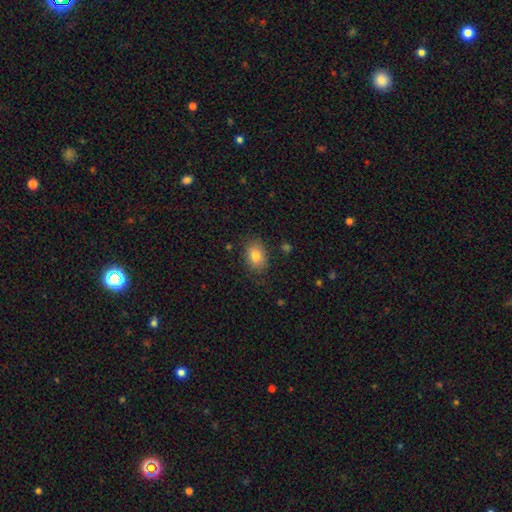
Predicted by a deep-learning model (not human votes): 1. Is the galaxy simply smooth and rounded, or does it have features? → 82% smooth, 9% featured or disk, 9% star or artifact.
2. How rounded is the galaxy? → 74% in between, 24% round, 1% cigar-shaped.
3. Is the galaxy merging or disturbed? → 82% none, 13% minor disturbance, 3% major disturbance, 2% merger.